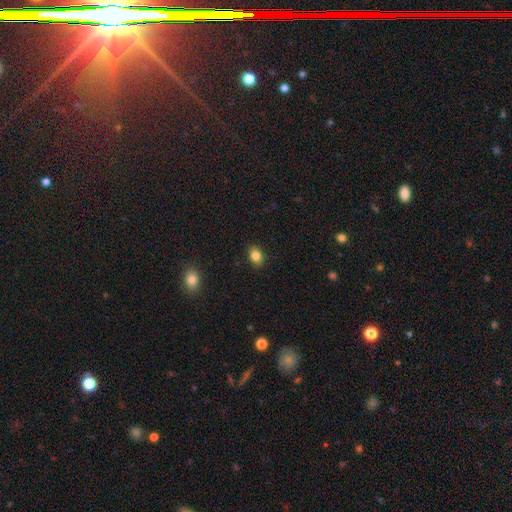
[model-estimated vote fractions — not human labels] smooth-or-featured: smooth: 84% | star or artifact: 10% | featured or disk: 6%
  how-rounded: in between: 68% | round: 30% | cigar-shaped: 1%
  merging: none: 88% | minor disturbance: 9% | major disturbance: 2% | merger: 1%